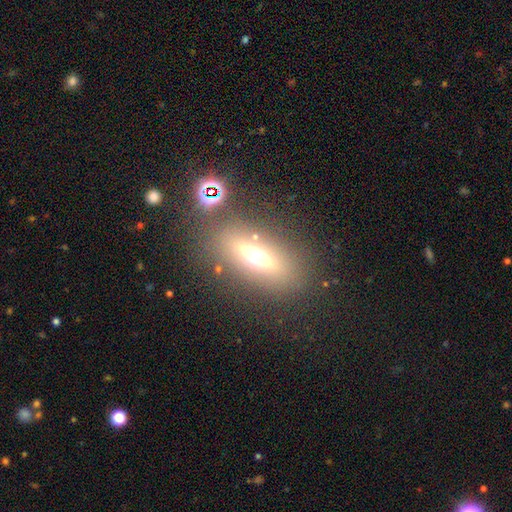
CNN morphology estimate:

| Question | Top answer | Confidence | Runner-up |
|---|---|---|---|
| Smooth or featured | smooth | 48% | featured or disk (35%) |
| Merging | none | 76% | minor disturbance (11%) |